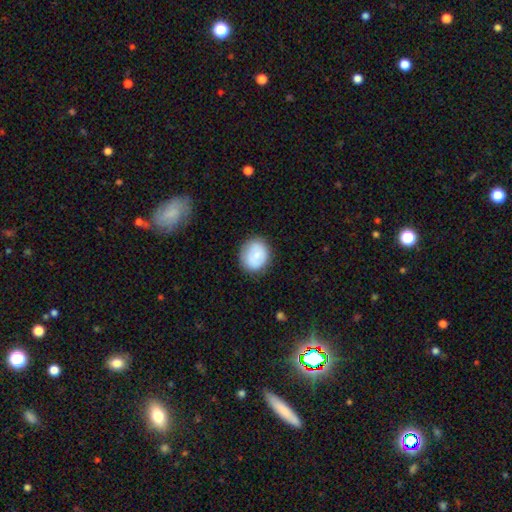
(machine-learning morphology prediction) Q: Smooth or featured?
A: smooth (78%); runner-up: featured or disk (15%)
Q: How rounded?
A: round (64%); runner-up: in between (36%)
Q: Merging?
A: none (81%); runner-up: minor disturbance (14%)